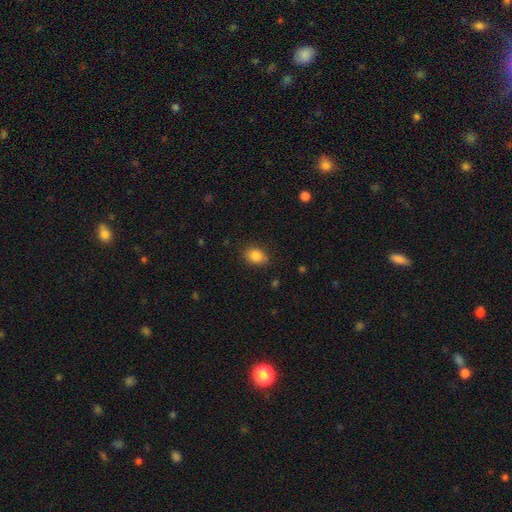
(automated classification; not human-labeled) Smooth or featured? Predicted: smooth (p=0.85). How rounded? Predicted: in between (p=0.63). Merging? Predicted: none (p=0.81).